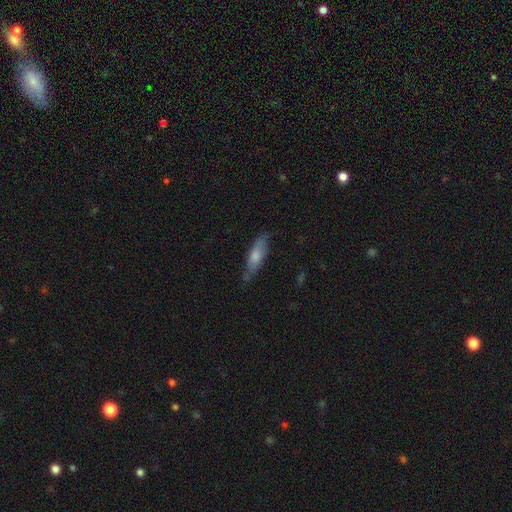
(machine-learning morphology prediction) smooth_or_featured: smooth (p=0.68) [alt: featured or disk p=0.26]
how_rounded: cigar-shaped (p=0.56) [alt: in between p=0.42]
merging: none (p=0.69) [alt: minor disturbance p=0.24]